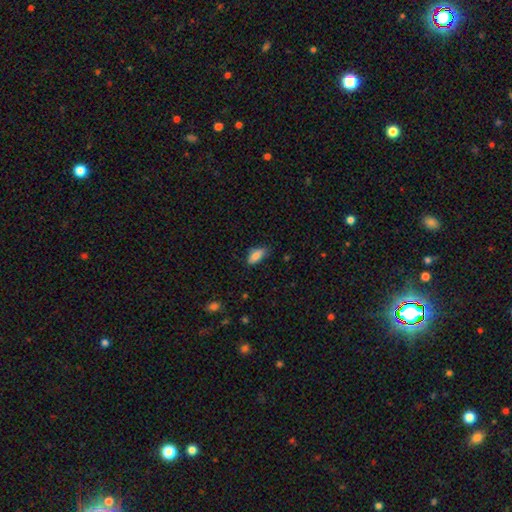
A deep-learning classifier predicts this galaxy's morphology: A smooth galaxy with no disk features (85%) that is in between round and cigar-shaped (85%). Merging: none (67%).